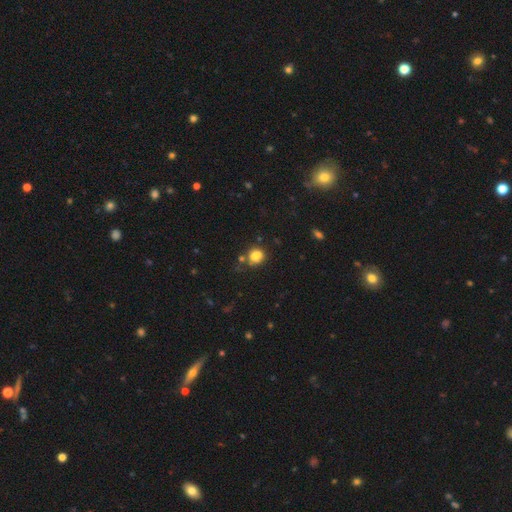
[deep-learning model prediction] This is likely a smooth galaxy (77%). How rounded: possibly round (59%). Merging: possibly none (53%).